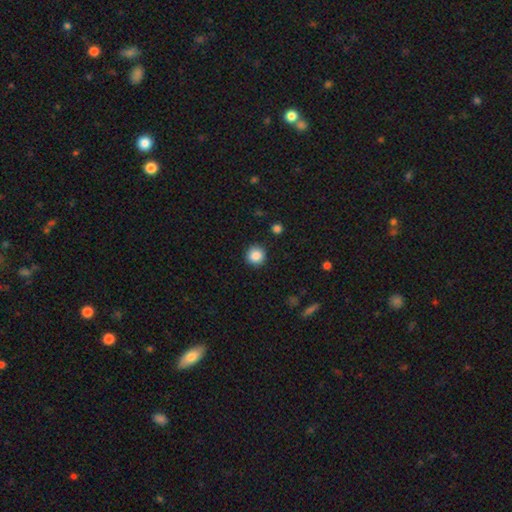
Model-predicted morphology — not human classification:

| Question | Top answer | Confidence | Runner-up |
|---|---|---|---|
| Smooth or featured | smooth | 86% | star or artifact (10%) |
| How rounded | round | 94% | in between (5%) |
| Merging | none | 91% | minor disturbance (6%) |